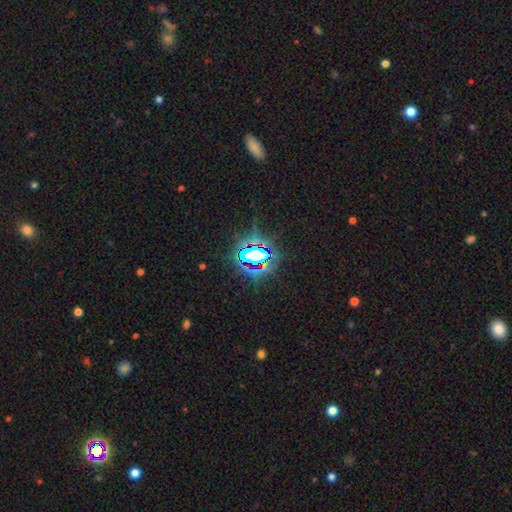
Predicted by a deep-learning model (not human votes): The model was most divided on "smooth or featured": star or artifact: 74%, smooth: 15%, featured or disk: 11%.